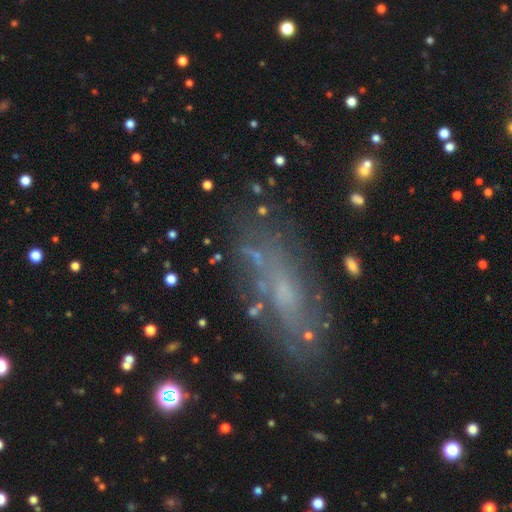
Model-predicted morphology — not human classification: A featured or disk galaxy (49%). Merging: none (60%).